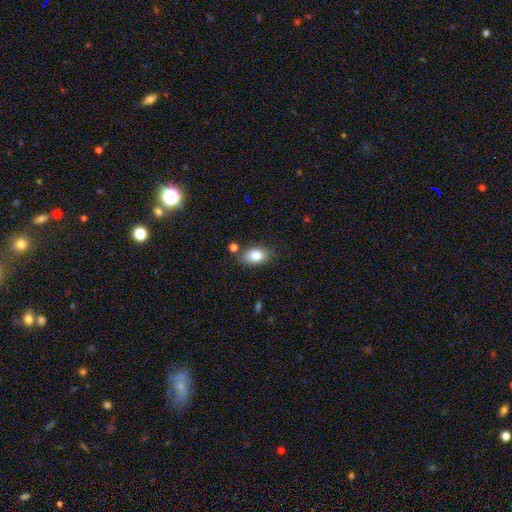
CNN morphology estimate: Smooth or featured? smooth (82%)
How rounded? in between (87%)
Merging? none (77%)